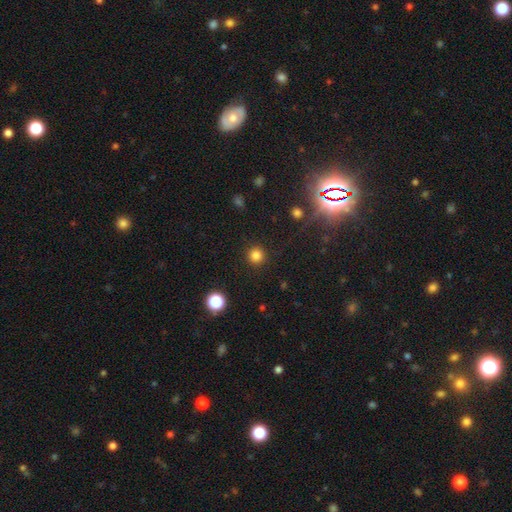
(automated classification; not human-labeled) Overall: smooth (82%). How rounded: round (95%). Merging: none (91%).